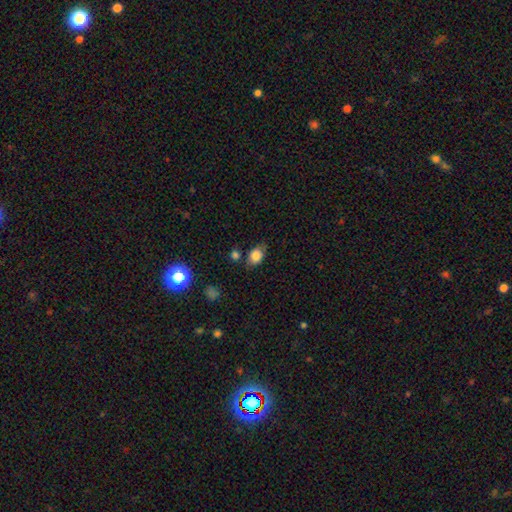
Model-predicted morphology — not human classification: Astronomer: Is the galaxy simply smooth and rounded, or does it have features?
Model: smooth — 83%.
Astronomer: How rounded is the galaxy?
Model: in between — 70%.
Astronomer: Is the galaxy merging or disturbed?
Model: none — 66%.